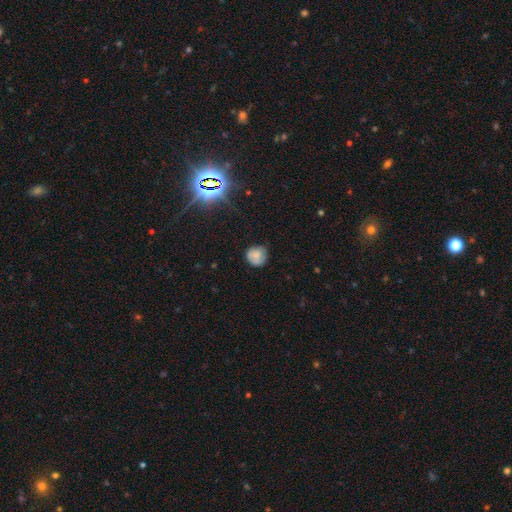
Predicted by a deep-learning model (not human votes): Smooth or featured?
  - smooth: 70% *
  - featured or disk: 19%
  - star or artifact: 11%
How rounded?
  - round: 84% *
  - in between: 15%
  - cigar-shaped: 1%
Merging?
  - none: 63% *
  - minor disturbance: 28%
  - major disturbance: 6%
  - merger: 3%